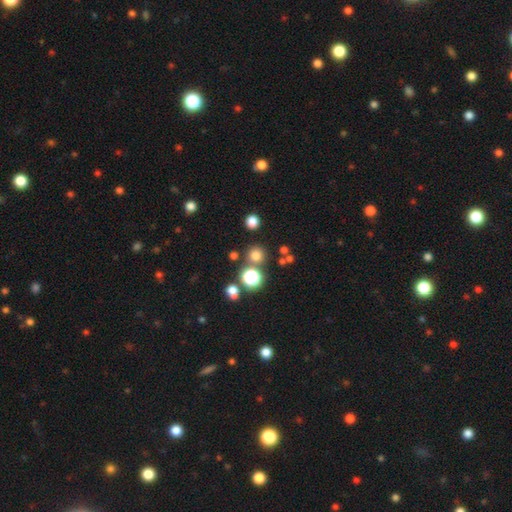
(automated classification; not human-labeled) This is likely a smooth galaxy (71%). How rounded: clearly round (92%). Merging: clearly none (80%).